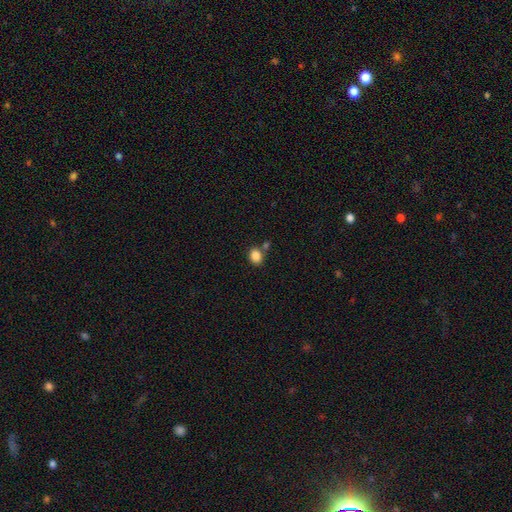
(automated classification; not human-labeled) Q: Smooth or featured?
A: smooth (86%); runner-up: star or artifact (10%)
Q: How rounded?
A: in between (54%); runner-up: round (45%)
Q: Merging?
A: none (66%); runner-up: merger (18%)